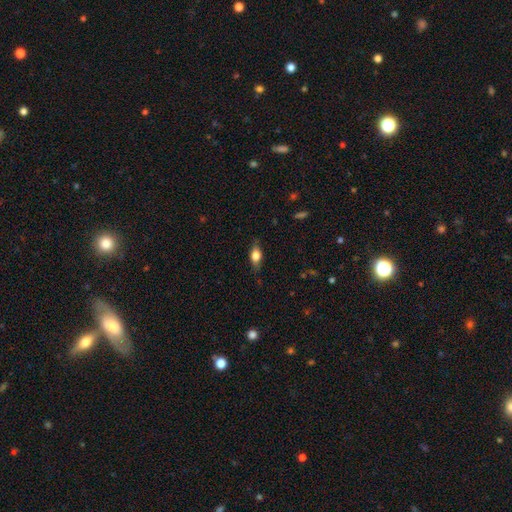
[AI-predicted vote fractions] smooth-or-featured: smooth: 71% | featured or disk: 21% | star or artifact: 8%
  how-rounded: in between: 79% | cigar-shaped: 13% | round: 8%
  merging: none: 77% | minor disturbance: 18% | major disturbance: 4% | merger: 1%